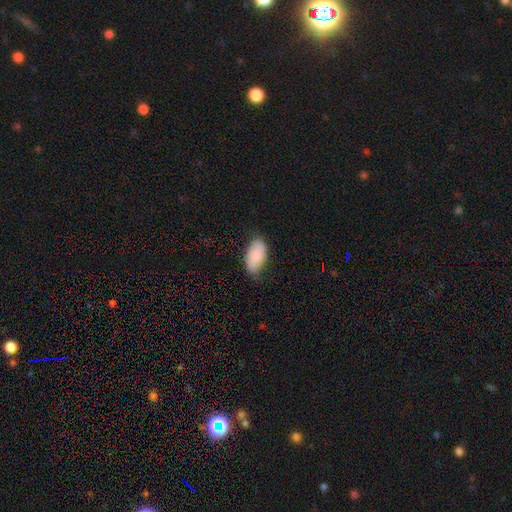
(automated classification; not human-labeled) Q: Smooth or featured?
A: smooth (76%); runner-up: featured or disk (18%)
Q: How rounded?
A: in between (94%); runner-up: round (4%)
Q: Merging?
A: none (67%); runner-up: minor disturbance (27%)